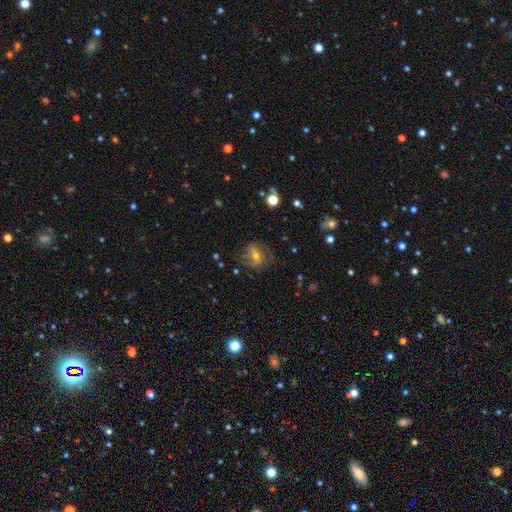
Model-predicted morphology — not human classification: This is possibly a featured or disk galaxy (52%). It is clearly not viewed edge-on (92%). Merging: likely none (67%).